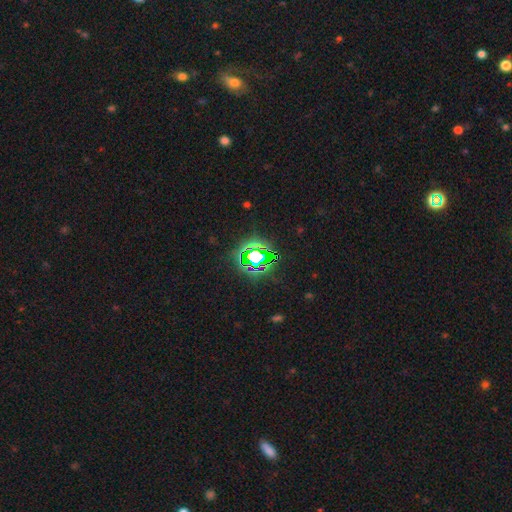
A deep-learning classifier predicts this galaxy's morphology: Smooth or featured? Predicted: star or artifact (p=0.81).